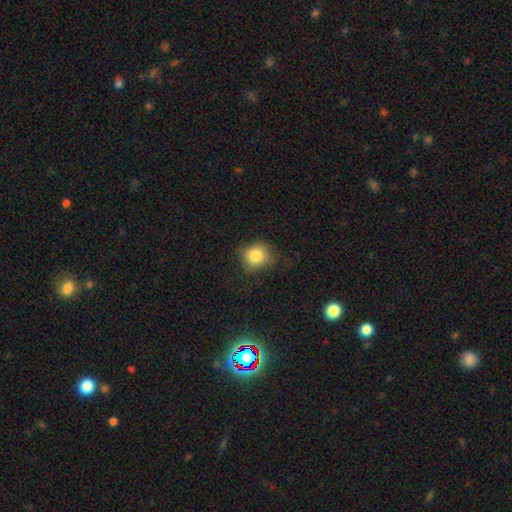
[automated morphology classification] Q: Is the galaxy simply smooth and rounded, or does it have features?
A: smooth — 83%.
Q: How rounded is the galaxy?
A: round — 79%.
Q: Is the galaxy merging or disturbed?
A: none — 68%.